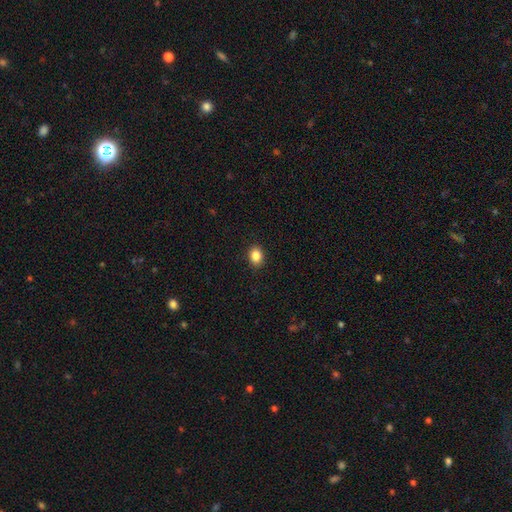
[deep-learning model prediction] smooth-or-featured: smooth: 86% | star or artifact: 9% | featured or disk: 4%
  how-rounded: in between: 56% | round: 43% | cigar-shaped: 1%
  merging: none: 90% | minor disturbance: 7% | major disturbance: 2% | merger: 1%